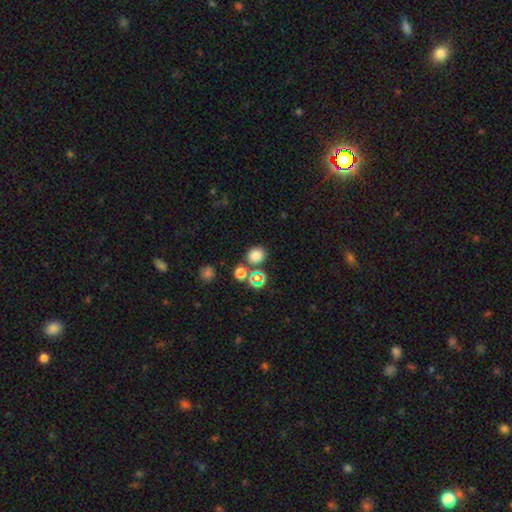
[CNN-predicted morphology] smooth_or_featured: smooth (p=0.76) [alt: star or artifact p=0.19]
how_rounded: round (p=0.74) [alt: in between p=0.25]
merging: none (p=0.74) [alt: merger p=0.13]